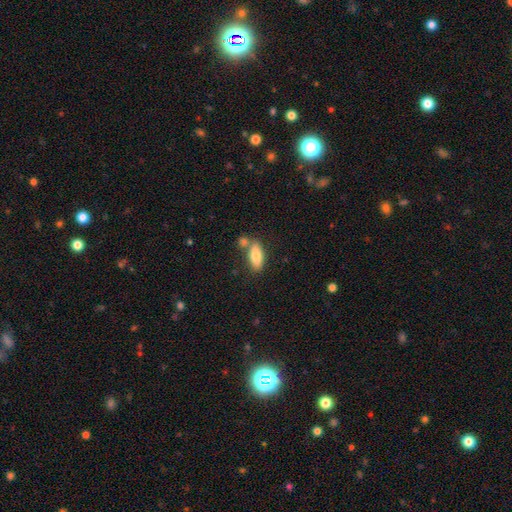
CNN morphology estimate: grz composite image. It shows a smooth galaxy with no disk features (81%) that is in between round and cigar-shaped (78%). Merging: none (62%).